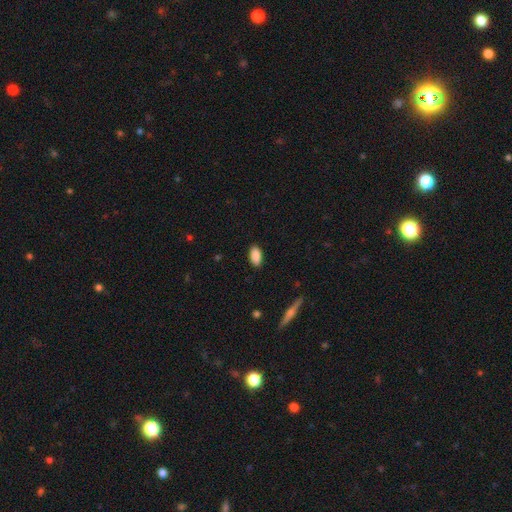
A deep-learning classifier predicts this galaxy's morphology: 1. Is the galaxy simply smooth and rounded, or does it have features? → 89% smooth, 7% star or artifact, 4% featured or disk.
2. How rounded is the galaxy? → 92% in between, 5% cigar-shaped, 3% round.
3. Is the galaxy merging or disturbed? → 88% none, 9% minor disturbance, 2% major disturbance, 1% merger.